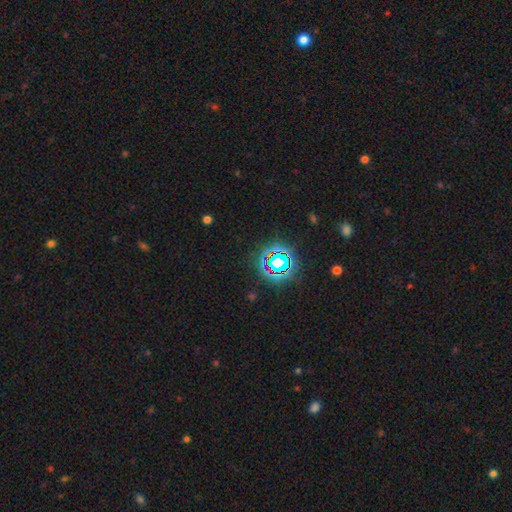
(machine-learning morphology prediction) smooth-or-featured: star or artifact: 79% | smooth: 14% | featured or disk: 7%